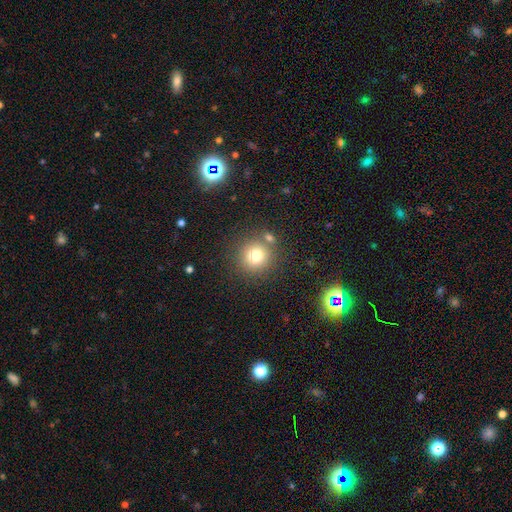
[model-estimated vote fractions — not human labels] smooth-or-featured: smooth: 76% | star or artifact: 14% | featured or disk: 10%
  how-rounded: round: 92% | in between: 7% | cigar-shaped: 1%
  merging: none: 77% | merger: 11% | minor disturbance: 8% | major disturbance: 3%